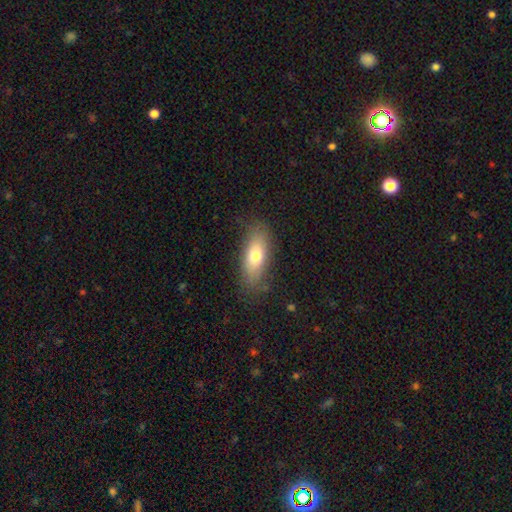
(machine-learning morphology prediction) Smooth or featured: smooth — 72% (featured or disk — 20%)
How rounded: in between — 75% (cigar-shaped — 21%)
Merging: none — 78% (minor disturbance — 15%)